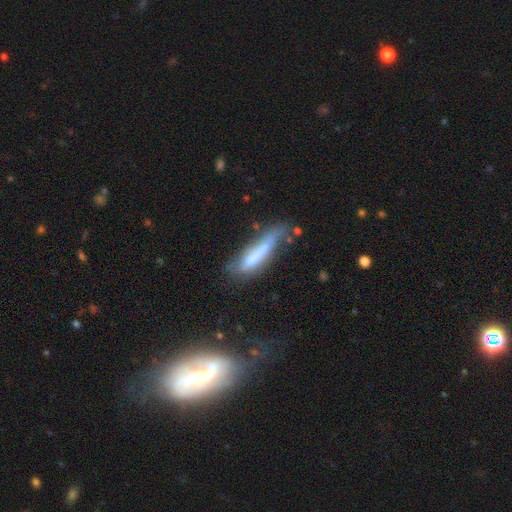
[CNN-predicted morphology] A smooth galaxy with no disk features (57%) that is cigar-shaped (76%). Merging: none (37%).